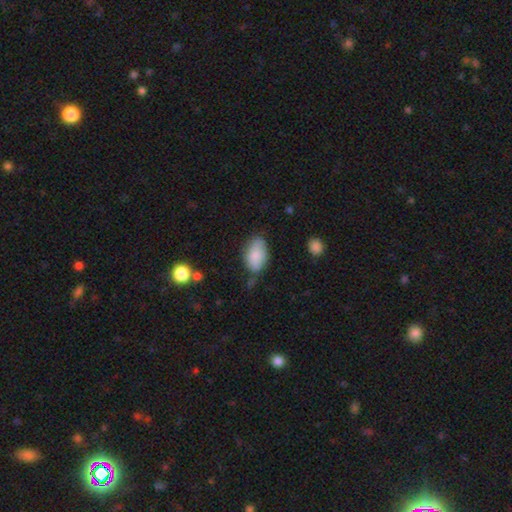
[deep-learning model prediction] Q: Smooth or featured?
A: smooth (83%); runner-up: featured or disk (10%)
Q: How rounded?
A: in between (92%); runner-up: round (6%)
Q: Merging?
A: none (60%); runner-up: minor disturbance (29%)